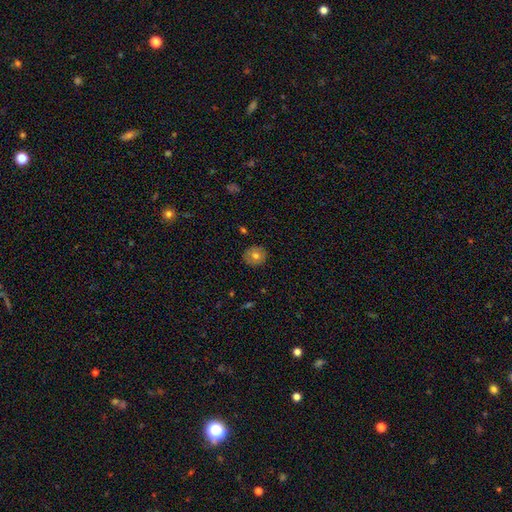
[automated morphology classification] A smooth galaxy with no disk features (67%) that is round (88%). Merging: none (88%).